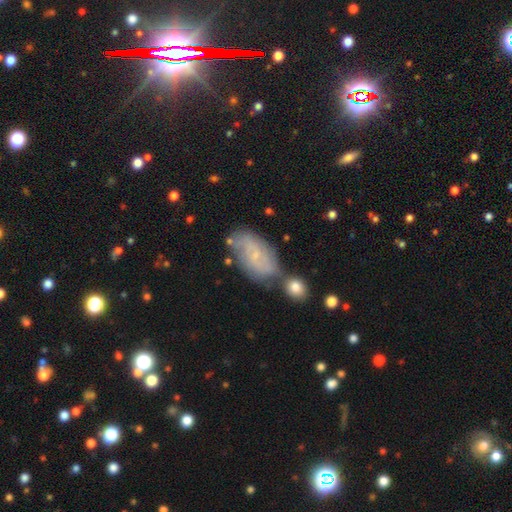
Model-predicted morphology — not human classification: A featured or disk galaxy (56%) with no bar (55%), spiral arms (81%) and a small central bulge (78%). Merging: none (57%).